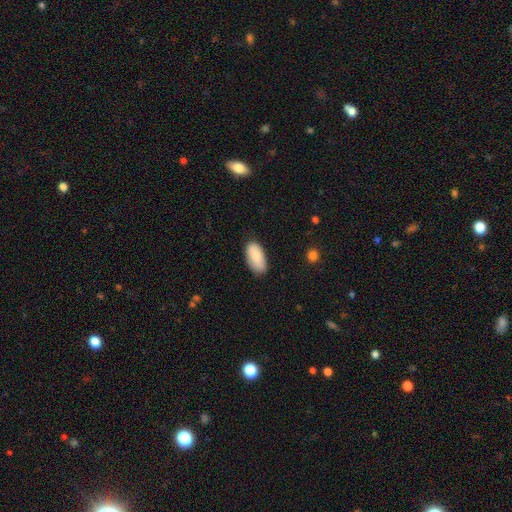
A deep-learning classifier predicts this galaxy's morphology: Smooth or featured? smooth (87%)
How rounded? in between (93%)
Merging? none (79%)